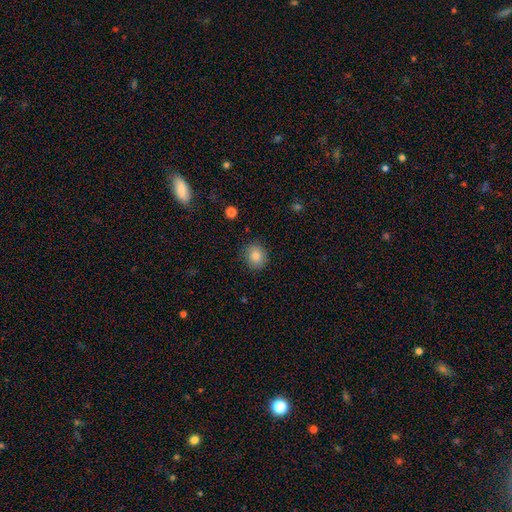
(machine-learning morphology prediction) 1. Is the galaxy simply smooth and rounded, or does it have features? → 83% smooth, 9% star or artifact, 8% featured or disk.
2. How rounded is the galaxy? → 76% round, 23% in between, 1% cigar-shaped.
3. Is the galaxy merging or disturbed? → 84% none, 12% minor disturbance, 3% major disturbance, 1% merger.